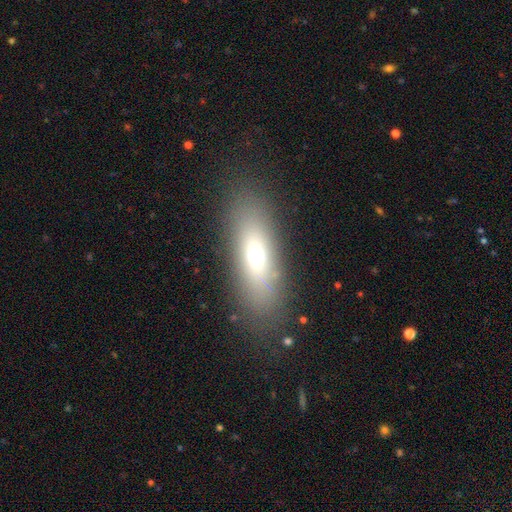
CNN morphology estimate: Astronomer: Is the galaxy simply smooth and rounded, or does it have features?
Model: smooth — 62%.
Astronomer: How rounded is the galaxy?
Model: in between — 58% (runner-up: cigar-shaped, 37%).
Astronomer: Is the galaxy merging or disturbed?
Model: none — 83%.